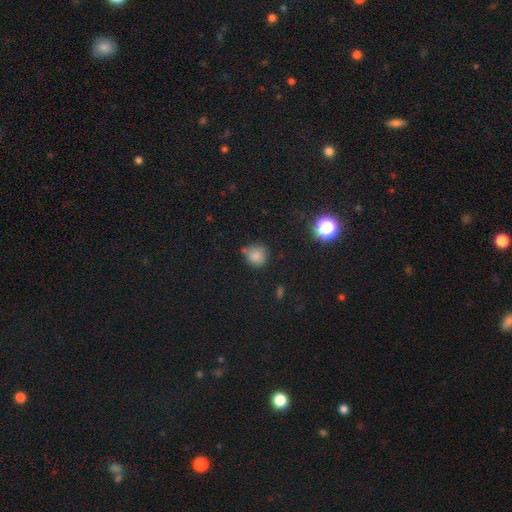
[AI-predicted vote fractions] Smooth or featured: smooth — 79% (star or artifact — 14%)
How rounded: round — 87% (in between — 12%)
Merging: none — 62% (minor disturbance — 23%)